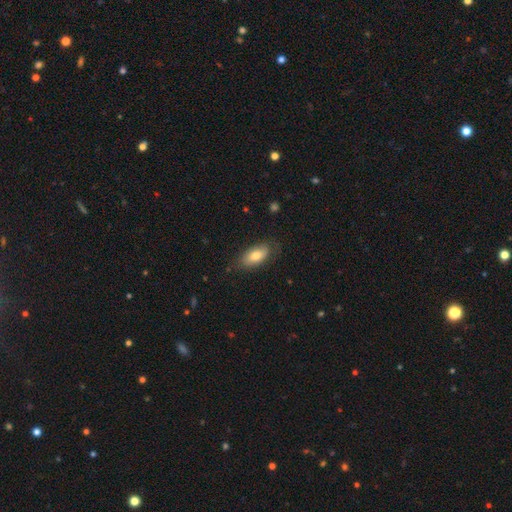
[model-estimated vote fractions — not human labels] Morphology: type=smooth (75%); roundness=in between (88%); merging=none (76%).